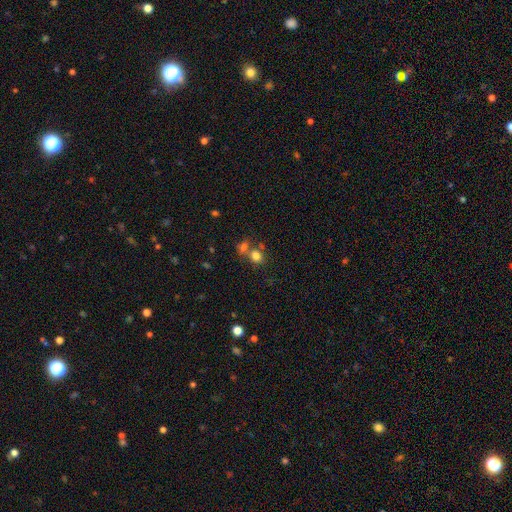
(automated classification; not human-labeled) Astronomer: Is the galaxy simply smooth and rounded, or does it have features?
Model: smooth — 76%.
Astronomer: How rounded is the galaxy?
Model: round — 66%.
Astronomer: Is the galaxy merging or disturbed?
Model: none — 49% (runner-up: merger, 37%).